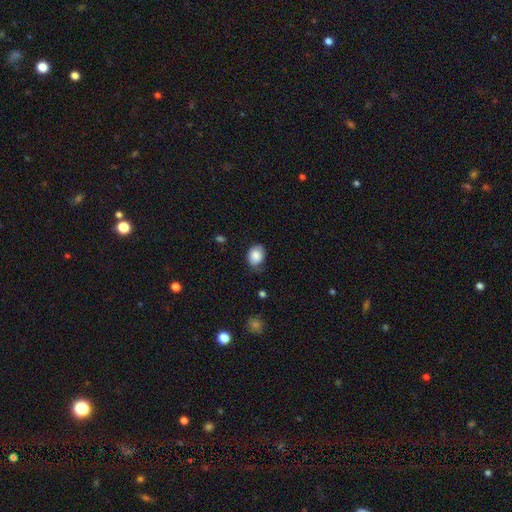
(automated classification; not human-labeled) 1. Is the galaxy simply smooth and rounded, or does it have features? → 85% smooth, 8% star or artifact, 7% featured or disk.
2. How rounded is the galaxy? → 58% in between, 41% round, 1% cigar-shaped.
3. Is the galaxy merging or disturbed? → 64% none, 28% minor disturbance, 6% major disturbance, 2% merger.